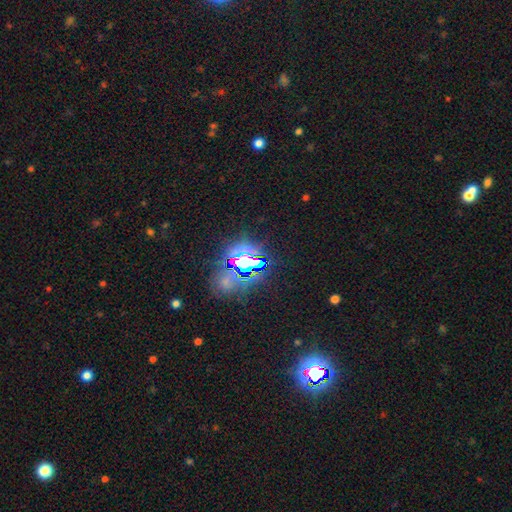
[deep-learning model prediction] A star or artifact, not a galaxy (82%).